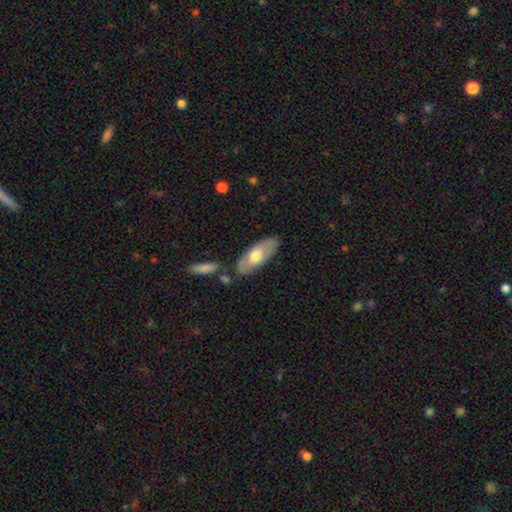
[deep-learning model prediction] A smooth galaxy with no disk features (57%) that is in between round and cigar-shaped (80%).

Vote fractions:
- Smooth or featured? smooth: 57% / featured or disk: 38% / star or artifact: 5%
- How rounded? in between: 80% / cigar-shaped: 18% / round: 2%
- Merging? none: 80% / minor disturbance: 13% / merger: 5% / major disturbance: 3%